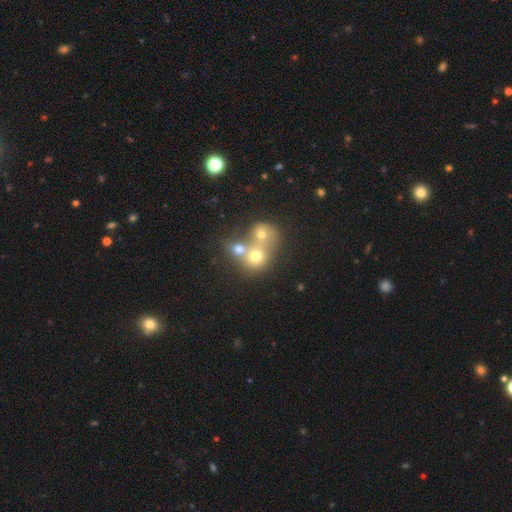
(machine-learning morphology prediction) Smooth or featured: smooth — 62% (featured or disk — 21%)
How rounded: round — 73% (in between — 26%)
Merging: merger — 66% (none — 25%)